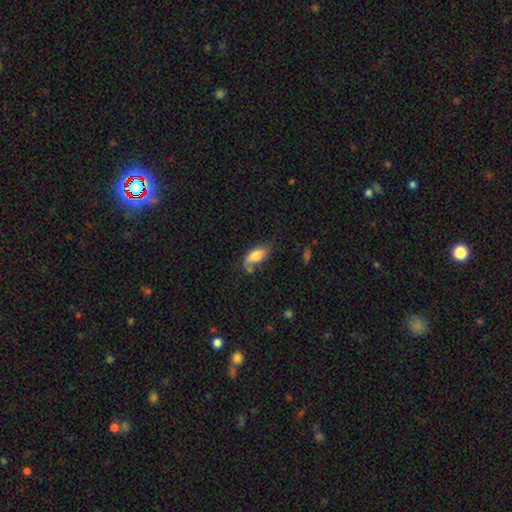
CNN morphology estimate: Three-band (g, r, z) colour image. It shows a smooth galaxy with no disk features (75%) that is in between round and cigar-shaped (86%). Merging: none (52%).